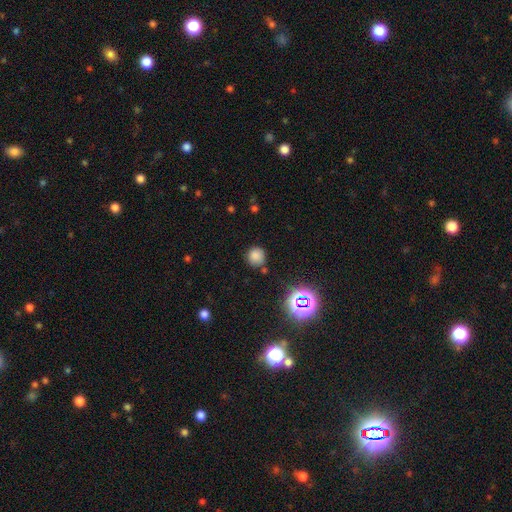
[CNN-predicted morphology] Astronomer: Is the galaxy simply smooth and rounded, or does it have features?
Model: smooth — 75%.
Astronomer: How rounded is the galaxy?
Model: round — 92%.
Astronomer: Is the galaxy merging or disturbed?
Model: none — 80%.